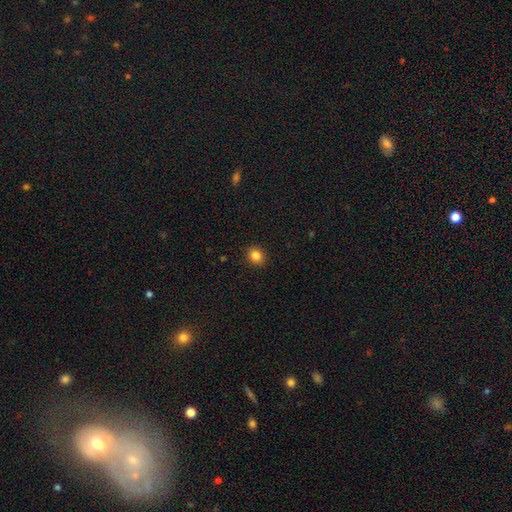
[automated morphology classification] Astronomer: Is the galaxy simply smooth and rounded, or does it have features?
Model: smooth — 84%.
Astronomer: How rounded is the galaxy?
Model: round — 69%.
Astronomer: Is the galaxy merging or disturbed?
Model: none — 91%.